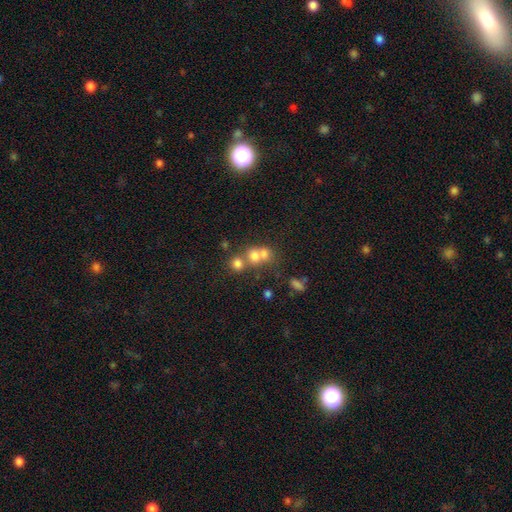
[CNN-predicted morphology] Q: Smooth or featured?
A: smooth (64%); runner-up: star or artifact (18%)
Q: How rounded?
A: round (79%); runner-up: in between (20%)
Q: Merging?
A: merger (56%); runner-up: none (34%)